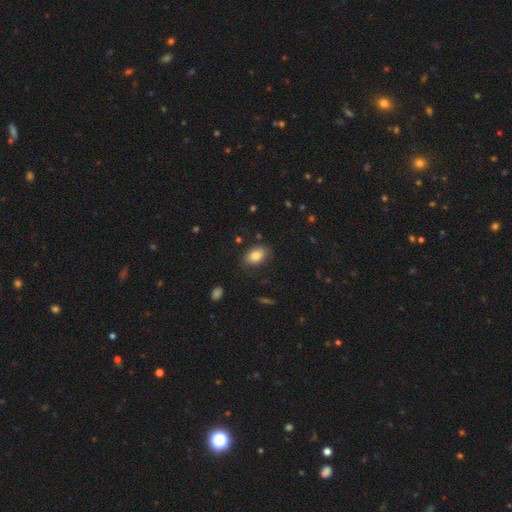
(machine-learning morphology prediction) smooth 82%, featured or disk 10%, star or artifact 8%. Down the decision tree: how rounded — in between (86%); merging — none (81%).